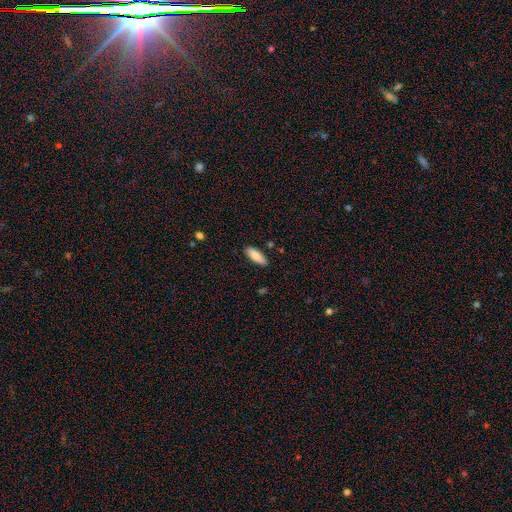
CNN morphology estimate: Smooth or featured: smooth — 83% (featured or disk — 11%)
How rounded: in between — 67% (cigar-shaped — 31%)
Merging: none — 84% (minor disturbance — 12%)